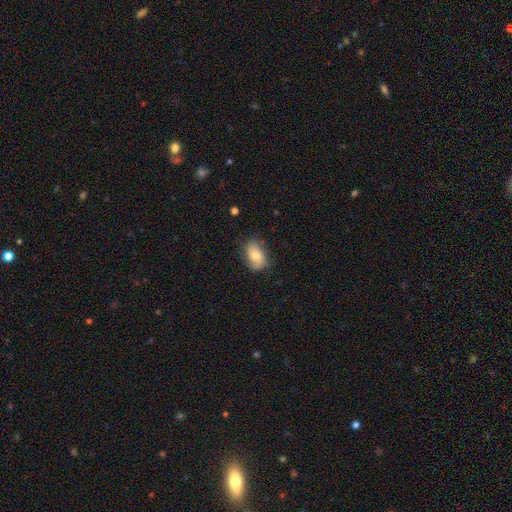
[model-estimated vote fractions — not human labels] A smooth galaxy with no disk features (66%) that is in between round and cigar-shaped (85%).

Vote fractions:
- Smooth or featured? smooth: 66% / featured or disk: 26% / star or artifact: 8%
- How rounded? in between: 85% / round: 14% / cigar-shaped: 2%
- Merging? none: 67% / minor disturbance: 25% / major disturbance: 7% / merger: 1%